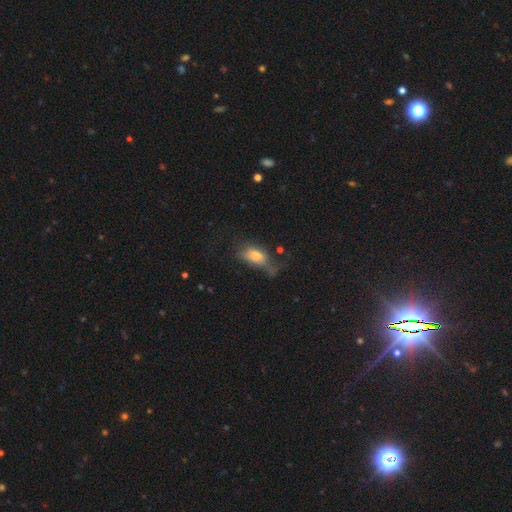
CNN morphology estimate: smooth-or-featured: smooth: 69% | featured or disk: 21% | star or artifact: 10%
  how-rounded: in between: 85% | round: 8% | cigar-shaped: 7%
  merging: major disturbance: 35% | none: 30% | minor disturbance: 28% | merger: 6%